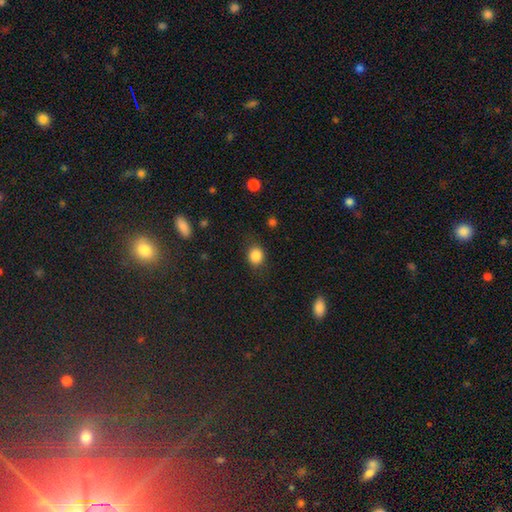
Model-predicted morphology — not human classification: A smooth galaxy with no disk features (85%) that is round (68%).

Vote fractions:
- Smooth or featured? smooth: 85% / star or artifact: 10% / featured or disk: 5%
- How rounded? round: 68% / in between: 31% / cigar-shaped: 1%
- Merging? none: 81% / minor disturbance: 13% / major disturbance: 4% / merger: 1%